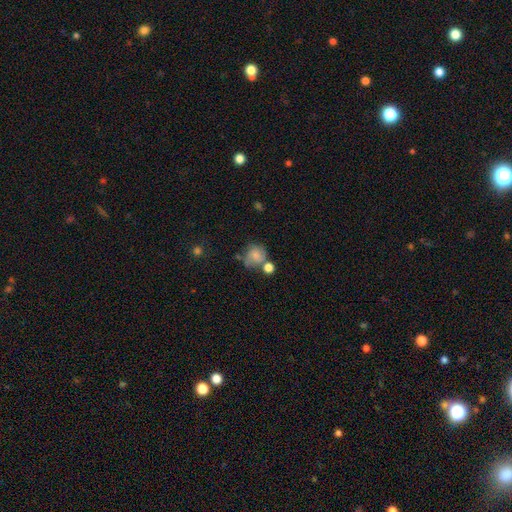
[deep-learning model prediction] This is possibly a smooth galaxy (59%). How rounded: likely round (74%). Merging: marginally none (45%).